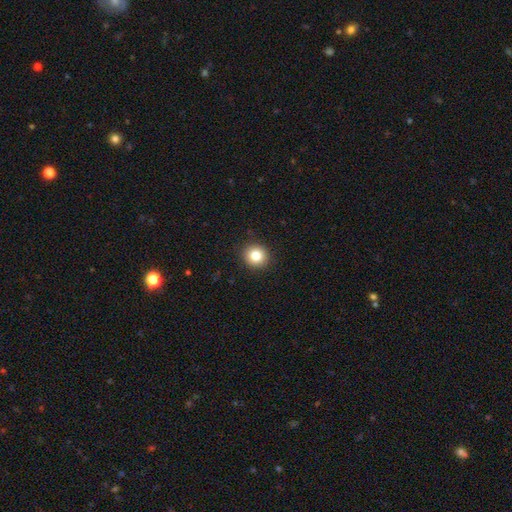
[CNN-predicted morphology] This appears to be a smooth galaxy with no disk features (83%) that is round (90%). Merging: none (92%).